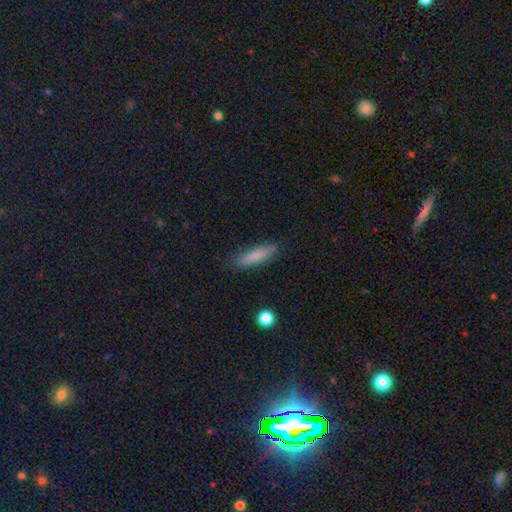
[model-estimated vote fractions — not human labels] Smooth or featured?
  - smooth: 83% *
  - featured or disk: 10%
  - star or artifact: 7%
How rounded?
  - cigar-shaped: 76% *
  - in between: 22%
  - round: 2%
Merging?
  - none: 83% *
  - minor disturbance: 13%
  - major disturbance: 3%
  - merger: 1%